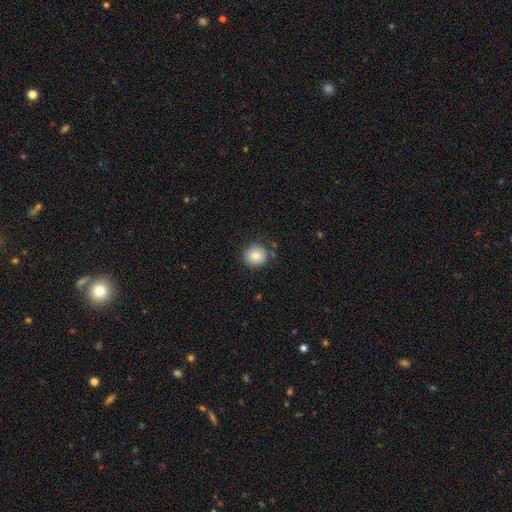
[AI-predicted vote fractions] The model was most divided on "merging": none: 83%, minor disturbance: 11%, merger: 3%, major disturbance: 3%. More confident: how rounded — round (92%); smooth or featured — smooth (81%).